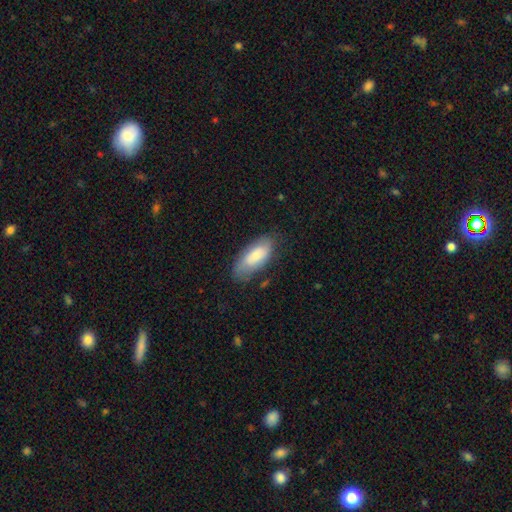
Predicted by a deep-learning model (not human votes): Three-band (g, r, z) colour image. It shows a smooth galaxy with no disk features (74%) that is in between round and cigar-shaped (86%). Merging: none (68%).